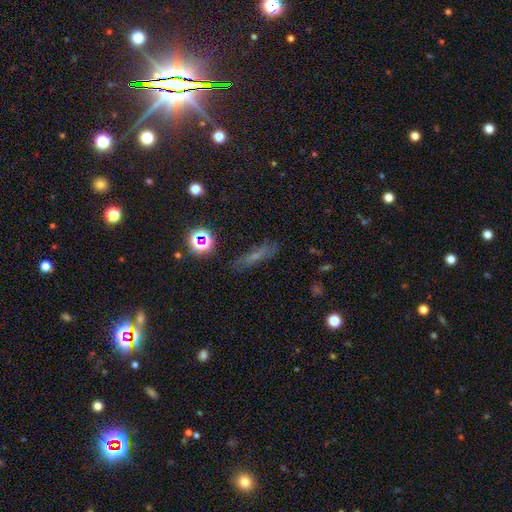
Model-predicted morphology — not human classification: Smooth or featured?
  - smooth: 45% *
  - star or artifact: 28%
  - featured or disk: 27%
Merging?
  - none: 74% *
  - minor disturbance: 17%
  - major disturbance: 6%
  - merger: 3%